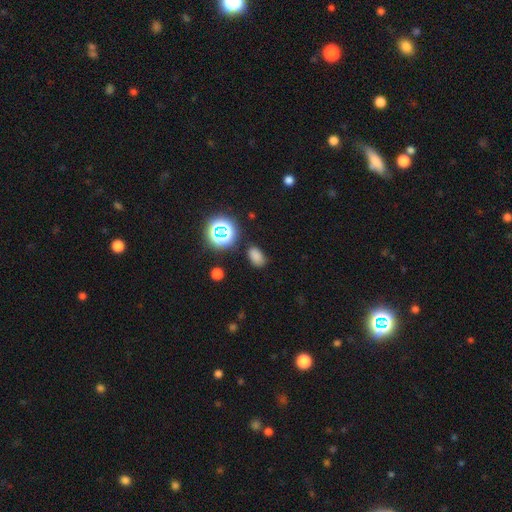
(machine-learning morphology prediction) Overall: smooth (73%). How rounded: in between (85%). Merging: none (82%).